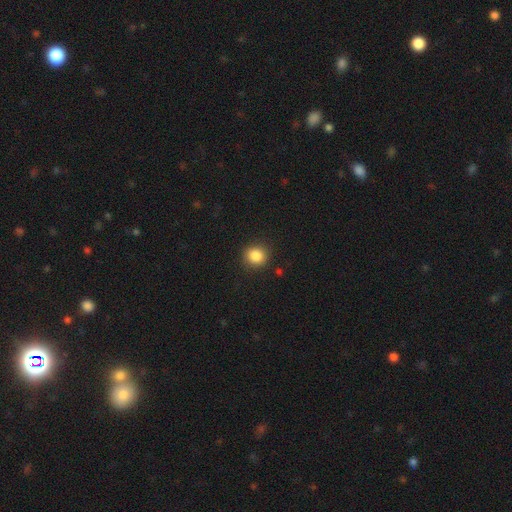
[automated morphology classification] smooth_or_featured: smooth (p=0.86) [alt: star or artifact p=0.10]
how_rounded: round (p=0.85) [alt: in between p=0.14]
merging: none (p=0.89) [alt: minor disturbance p=0.08]